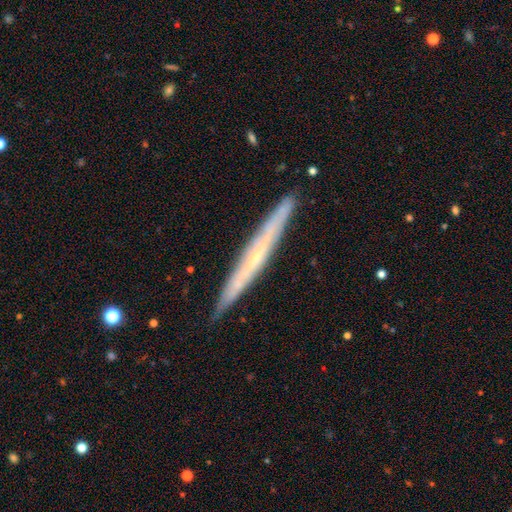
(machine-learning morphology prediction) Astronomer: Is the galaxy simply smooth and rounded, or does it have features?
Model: featured or disk — 64%.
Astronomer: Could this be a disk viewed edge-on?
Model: yes — 94%.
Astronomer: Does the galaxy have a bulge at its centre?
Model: none — 65%.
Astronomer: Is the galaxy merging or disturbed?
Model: none — 89%.